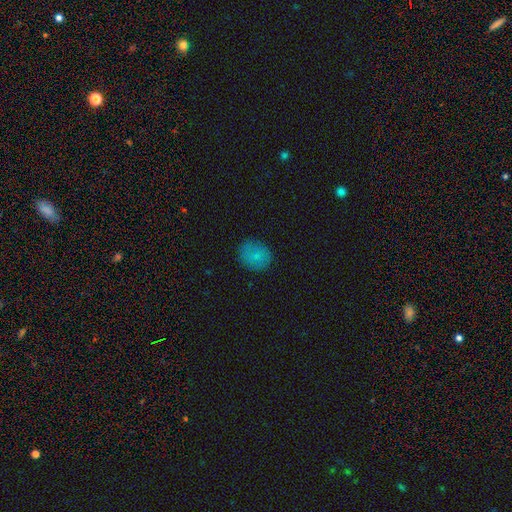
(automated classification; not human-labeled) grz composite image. It shows a smooth galaxy with no disk features (78%) that is round (76%). Merging: none (80%).